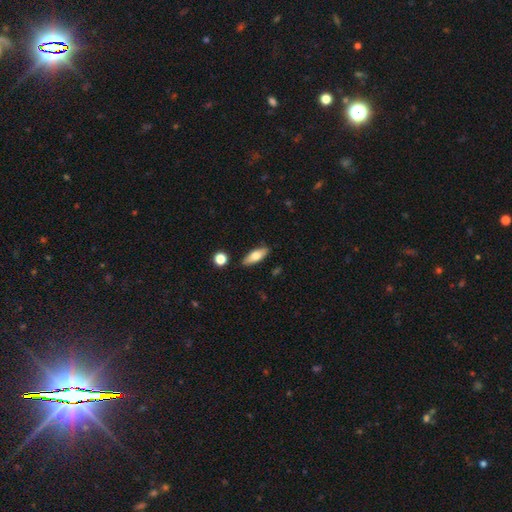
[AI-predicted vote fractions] smooth_or_featured: smooth (p=0.69) [alt: featured or disk p=0.25]
how_rounded: in between (p=0.66) [alt: cigar-shaped p=0.31]
merging: none (p=0.86) [alt: minor disturbance p=0.10]